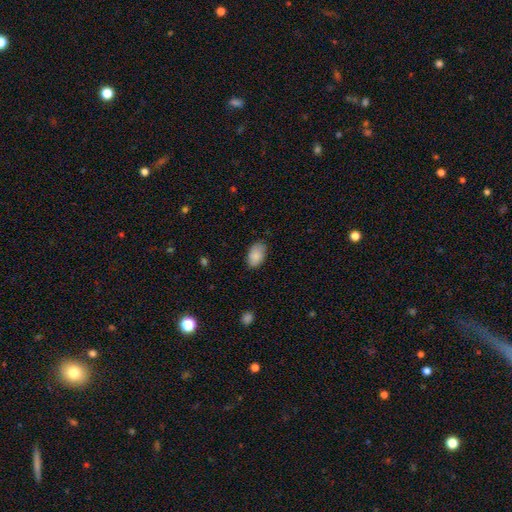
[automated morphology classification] type=smooth (87%); roundness=in between (92%); merging=none (80%).